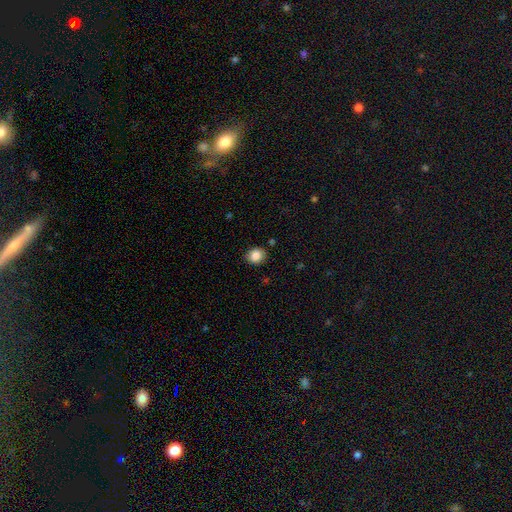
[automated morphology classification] Q: Smooth or featured?
A: smooth (86%); runner-up: star or artifact (9%)
Q: How rounded?
A: round (76%); runner-up: in between (23%)
Q: Merging?
A: none (85%); runner-up: minor disturbance (11%)